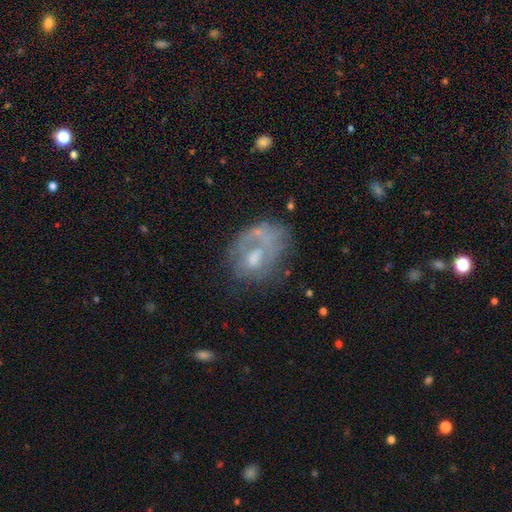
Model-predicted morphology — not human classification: Smooth or featured? Predicted: featured or disk (p=0.57). Edge-on disk? Predicted: no (p=0.97). Bar? Predicted: no (p=0.73). Spiral arms? Predicted: no (p=0.64). Bulge size? Predicted: moderate (p=0.44). Merging? Predicted: none (p=0.39).